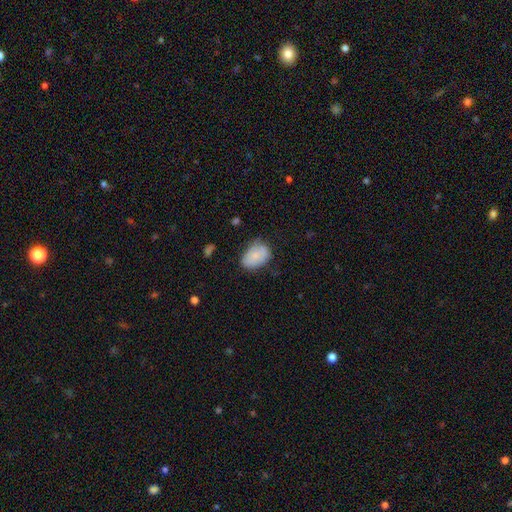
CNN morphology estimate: This appears to be a smooth galaxy with no disk features (80%) that is in between round and cigar-shaped (84%). Merging: none (57%).